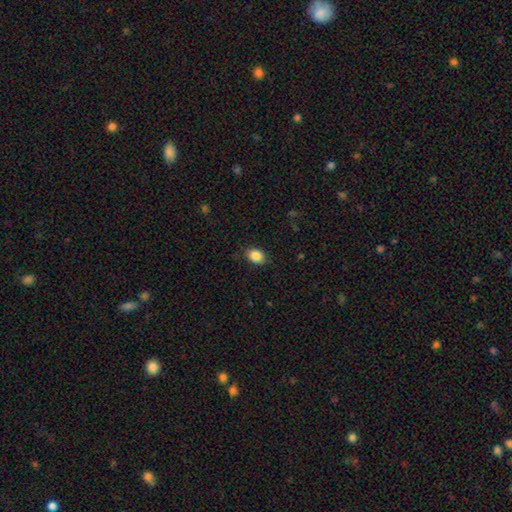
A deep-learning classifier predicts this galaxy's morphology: type=smooth (87%); roundness=in between (71%); merging=none (85%).